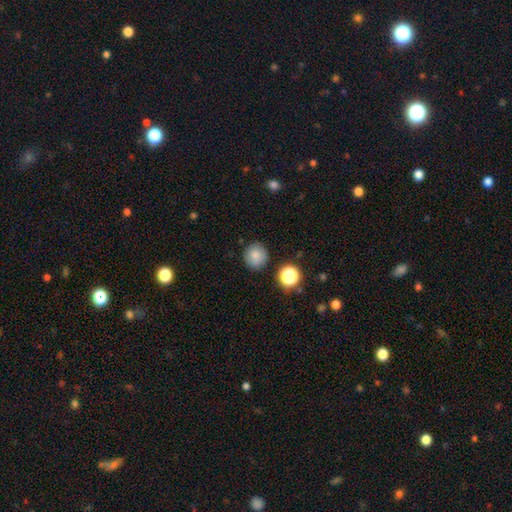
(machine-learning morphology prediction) Smooth or featured? smooth (83%)
How rounded? round (88%)
Merging? none (86%)